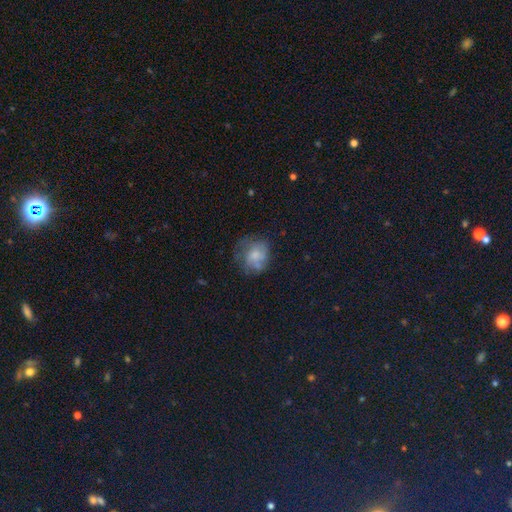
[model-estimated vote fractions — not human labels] The model was most divided on "smooth or featured": smooth: 54%, featured or disk: 35%, star or artifact: 11%. Remaining: how rounded — round (67%); merging — none (49%).